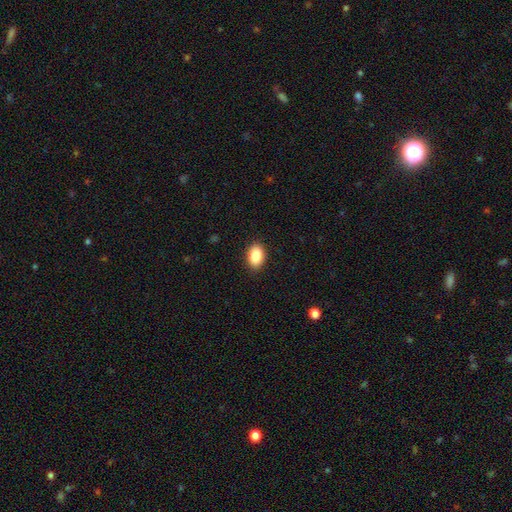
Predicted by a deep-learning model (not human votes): Smooth or featured? Predicted: smooth (p=0.89). How rounded? Predicted: in between (p=0.89). Merging? Predicted: none (p=0.89).